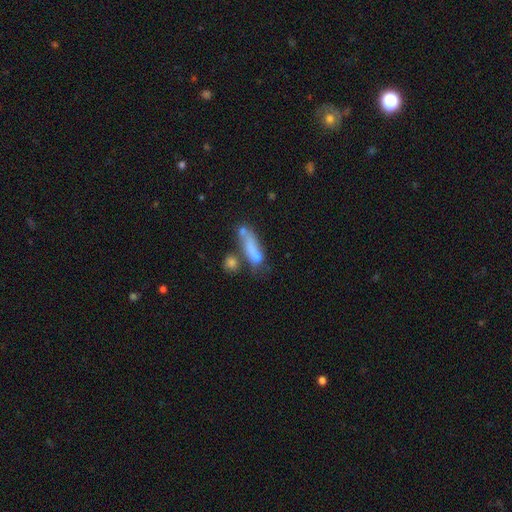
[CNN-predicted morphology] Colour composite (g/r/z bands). It shows a smooth galaxy with no disk features (61%) that is cigar-shaped (54%). Merging: none (33%).